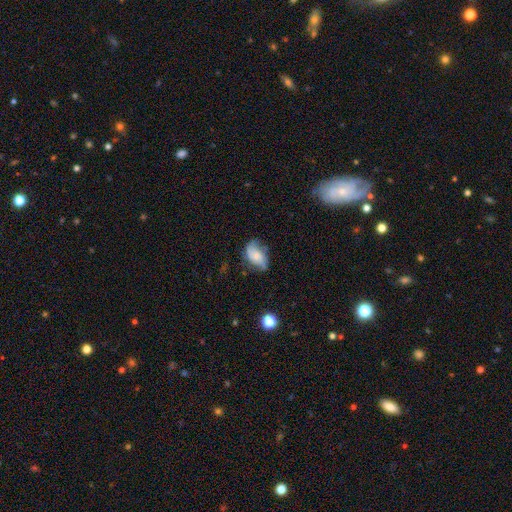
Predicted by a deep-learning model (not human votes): Q: Smooth or featured?
A: smooth (47%); runner-up: featured or disk (44%)
Q: Merging?
A: none (53%); runner-up: minor disturbance (32%)